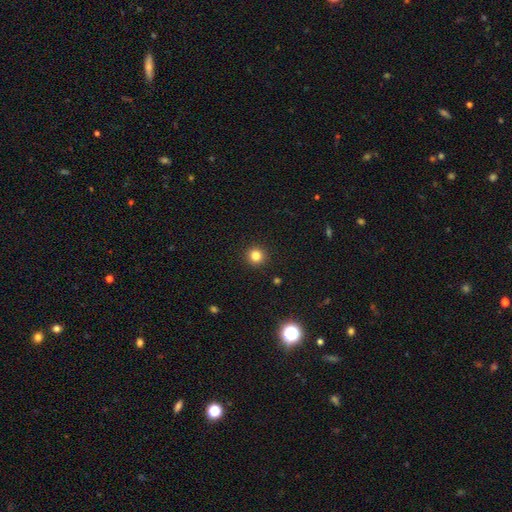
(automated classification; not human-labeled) Smooth or featured?
  - smooth: 83% *
  - star or artifact: 12%
  - featured or disk: 5%
How rounded?
  - round: 94% *
  - in between: 5%
  - cigar-shaped: 1%
Merging?
  - none: 93% *
  - minor disturbance: 5%
  - major disturbance: 2%
  - merger: 1%